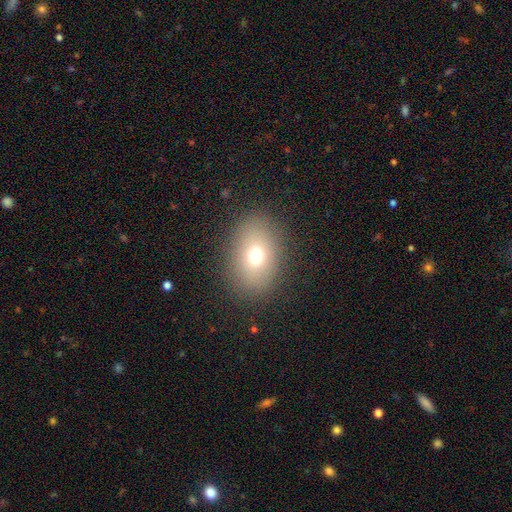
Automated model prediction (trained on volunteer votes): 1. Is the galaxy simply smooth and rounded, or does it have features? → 70% smooth, 16% star or artifact, 15% featured or disk.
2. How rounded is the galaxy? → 68% in between, 31% round, 1% cigar-shaped.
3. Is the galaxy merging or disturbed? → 86% none, 8% minor disturbance, 5% major disturbance, 1% merger.